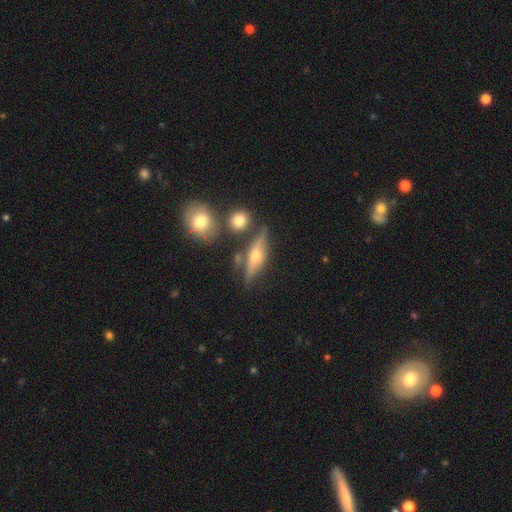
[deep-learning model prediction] A featured or disk galaxy (69%) viewed edge-on (93%) with a rounded central bulge (94%).

Vote fractions:
- Smooth or featured? featured or disk: 69% / smooth: 23% / star or artifact: 8%
- Edge-on disk? yes: 93% / no: 7%
- Edge-on bulge? rounded: 94% / boxy: 4% / none: 2%
- Merging? none: 77% / minor disturbance: 13% / merger: 6% / major disturbance: 4%